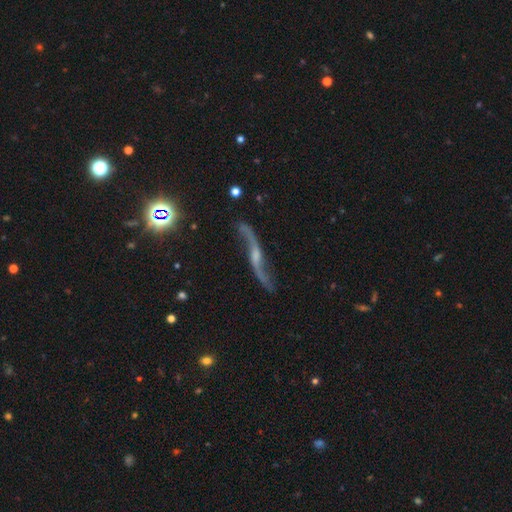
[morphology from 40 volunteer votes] Q: Smooth or featured?
A: featured or disk (82%); runner-up: smooth (10%)
Q: Edge-on disk?
A: no (82%); runner-up: yes (18%)
Q: Bar?
A: weak (56%); runner-up: no (37%)
Q: Spiral arms?
A: yes (100%)
Q: Spiral winding?
A: loose (96%); runner-up: medium (4%)
Q: Spiral arm count?
A: 2 (100%)
Q: Bulge size?
A: small (59%); runner-up: moderate (26%)
Q: Merging?
A: none (89%); runner-up: minor disturbance (8%)